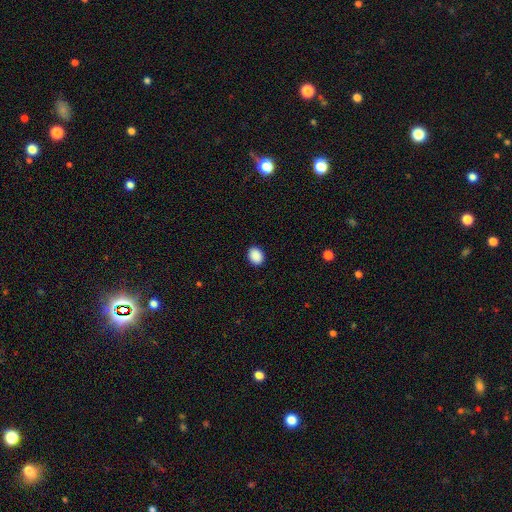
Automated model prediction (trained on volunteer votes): A smooth galaxy with no disk features (90%) that is in between round and cigar-shaped (64%).

Vote fractions:
- Smooth or featured? smooth: 90% / star or artifact: 8% / featured or disk: 2%
- How rounded? in between: 64% / round: 35% / cigar-shaped: 1%
- Merging? none: 90% / minor disturbance: 7% / major disturbance: 2% / merger: 1%